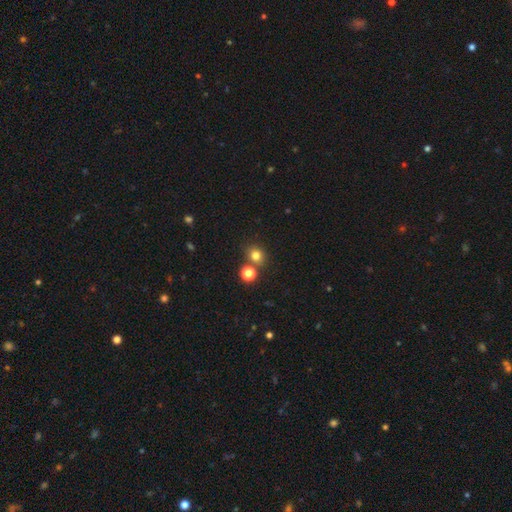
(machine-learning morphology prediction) Smooth or featured? smooth (77%)
How rounded? round (80%)
Merging? none (71%)